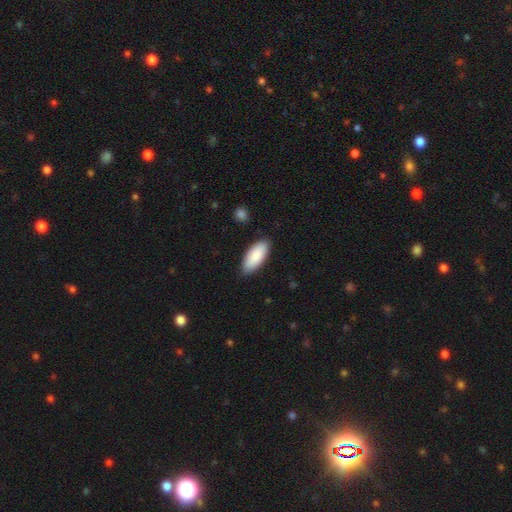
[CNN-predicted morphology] Smooth or featured: smooth — 87% (featured or disk — 8%)
How rounded: in between — 87% (cigar-shaped — 11%)
Merging: none — 84% (minor disturbance — 12%)